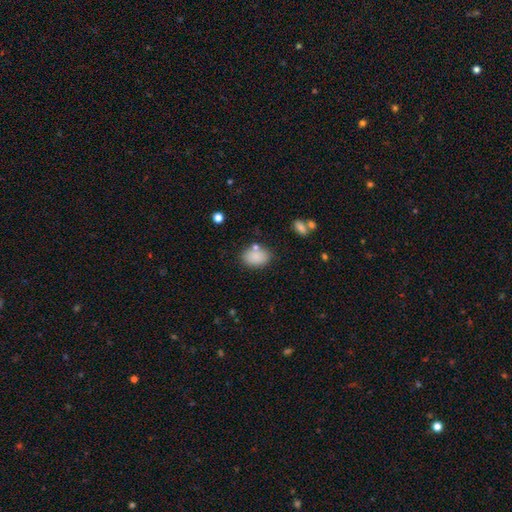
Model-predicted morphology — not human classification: smooth_or_featured: smooth (p=0.85) [alt: star or artifact p=0.08]
how_rounded: in between (p=0.82) [alt: round p=0.16]
merging: none (p=0.74) [alt: minor disturbance p=0.14]